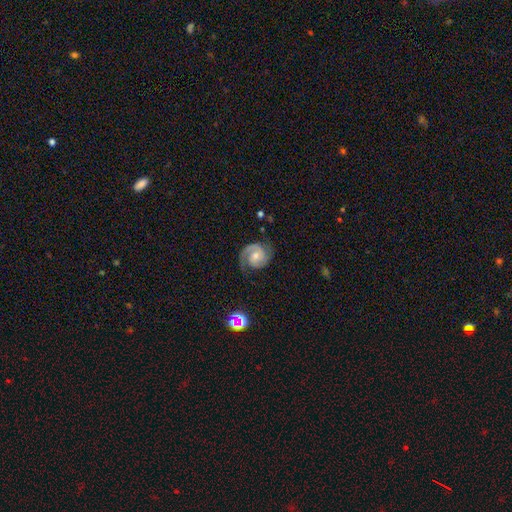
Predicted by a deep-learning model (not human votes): Morphology: type=featured or disk (86%); edge-on=no (98%); bar=no (66%); spiral arms=yes (97%); winding=tight (51%); arm count=2 (80%); bulge=moderate (47%, tied with small); merging=none (74%).